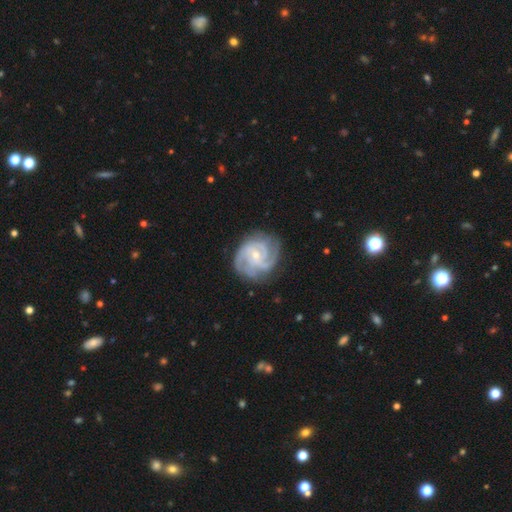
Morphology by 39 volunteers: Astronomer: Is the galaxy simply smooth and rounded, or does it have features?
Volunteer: featured or disk — 92%.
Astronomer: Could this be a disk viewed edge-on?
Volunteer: no — 97%.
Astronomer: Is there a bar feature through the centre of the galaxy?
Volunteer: no — 69%.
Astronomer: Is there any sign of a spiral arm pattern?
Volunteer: yes — 94%.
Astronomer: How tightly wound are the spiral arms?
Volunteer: tight — 64%.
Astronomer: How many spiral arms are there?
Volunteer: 3 — 36% (runner-up: can't tell, 27%).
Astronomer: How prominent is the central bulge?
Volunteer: small — 77%.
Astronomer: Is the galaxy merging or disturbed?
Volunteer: none — 66%.